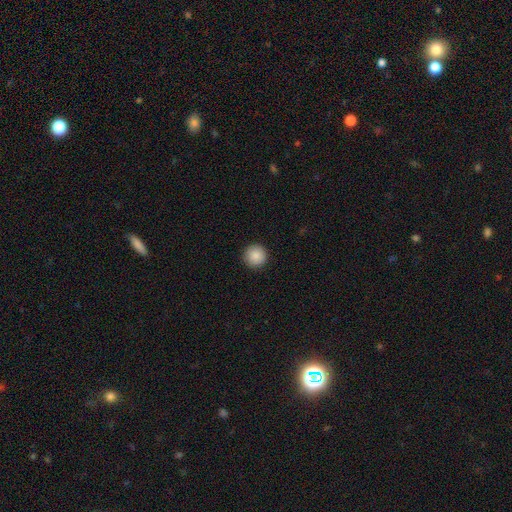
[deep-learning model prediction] A smooth galaxy with no disk features (89%) that is round (96%). Merging: none (93%).